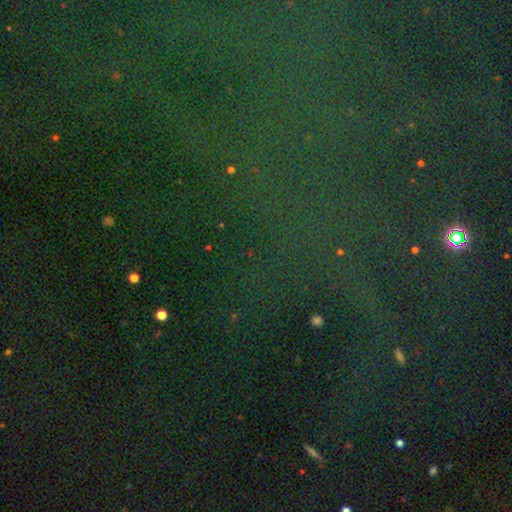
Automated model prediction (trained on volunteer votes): A star or artifact, not a galaxy (84%).

Vote fractions:
- Smooth or featured? star or artifact: 84% / smooth: 8% / featured or disk: 7%